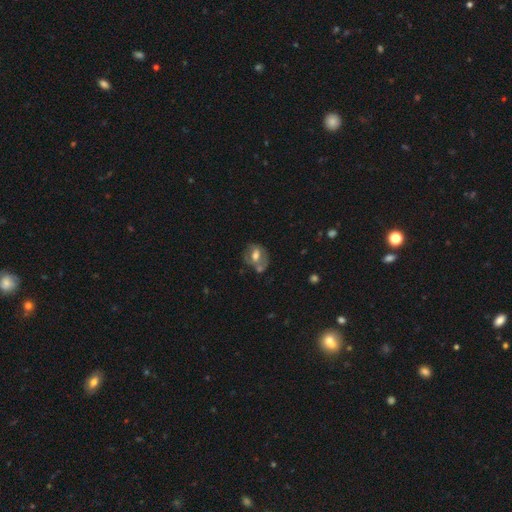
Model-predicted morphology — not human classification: Smooth or featured?
  - featured or disk: 46% *
  - smooth: 45%
  - star or artifact: 8%
Merging?
  - none: 47% *
  - merger: 24%
  - minor disturbance: 20%
  - major disturbance: 9%